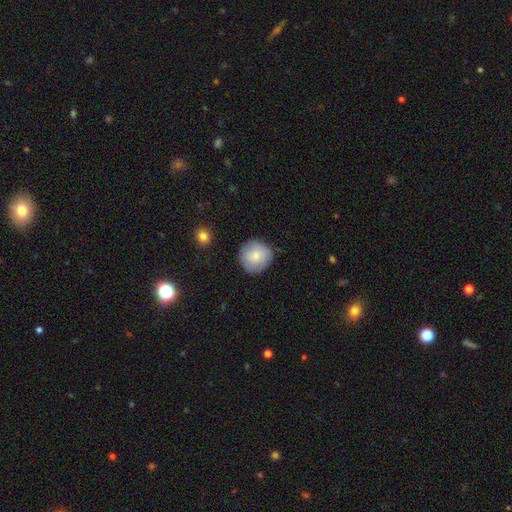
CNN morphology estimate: A smooth galaxy with no disk features (79%) that is round (93%). Merging: none (84%).